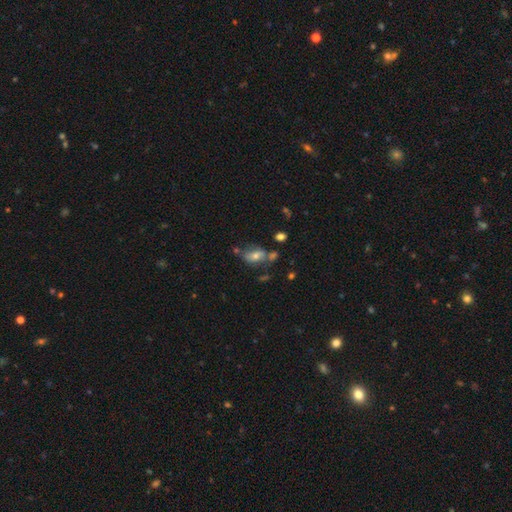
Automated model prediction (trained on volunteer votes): A smooth galaxy with no disk features (62%) that is in between round and cigar-shaped (82%).

Vote fractions:
- Smooth or featured? smooth: 62% / featured or disk: 26% / star or artifact: 12%
- How rounded? in between: 82% / round: 14% / cigar-shaped: 4%
- Merging? none: 55% / minor disturbance: 19% / merger: 18% / major disturbance: 8%